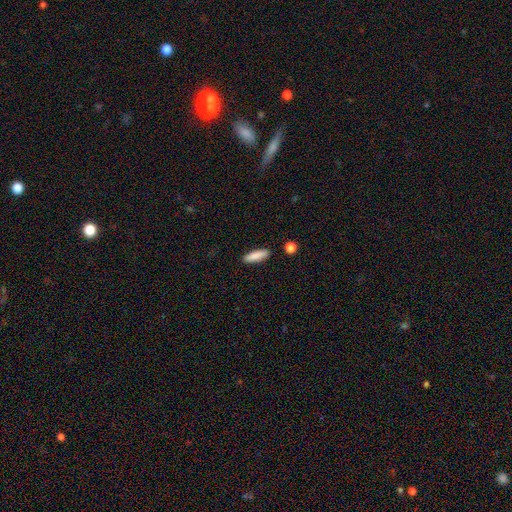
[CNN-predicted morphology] smooth-or-featured: smooth: 87% | featured or disk: 6% | star or artifact: 6%
  how-rounded: cigar-shaped: 57% | in between: 41% | round: 2%
  merging: none: 89% | minor disturbance: 7% | merger: 2% | major disturbance: 2%